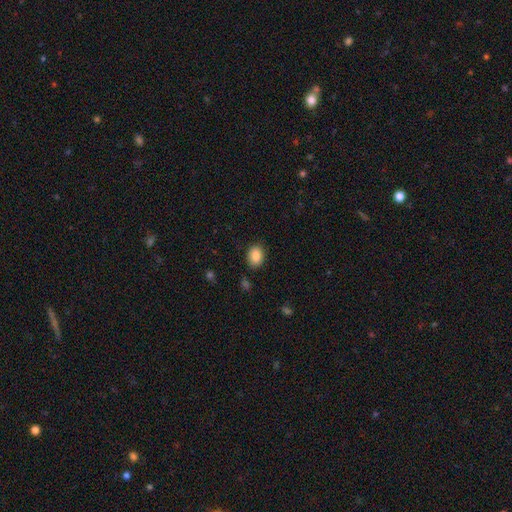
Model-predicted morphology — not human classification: smooth-or-featured: smooth: 87% | star or artifact: 8% | featured or disk: 5%
  how-rounded: in between: 73% | round: 26% | cigar-shaped: 1%
  merging: none: 86% | minor disturbance: 10% | major disturbance: 3% | merger: 2%